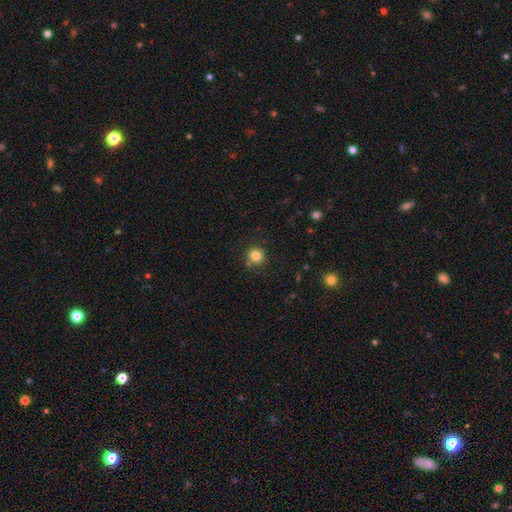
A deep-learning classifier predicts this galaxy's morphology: Smooth or featured?
  - smooth: 82% *
  - star or artifact: 12%
  - featured or disk: 6%
How rounded?
  - round: 91% *
  - in between: 8%
  - cigar-shaped: 1%
Merging?
  - none: 84% *
  - minor disturbance: 9%
  - merger: 5%
  - major disturbance: 3%